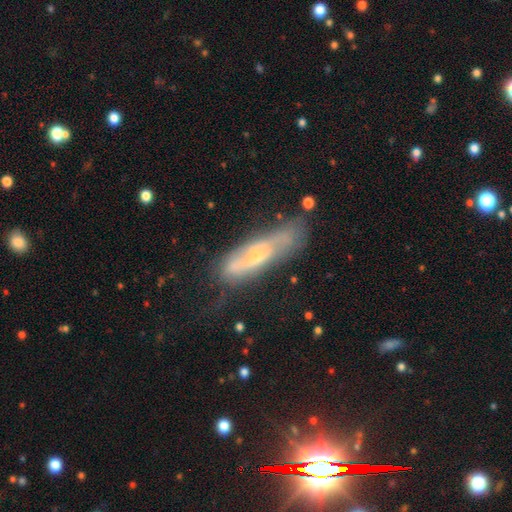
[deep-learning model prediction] smooth_or_featured: featured or disk (p=0.58) [alt: smooth p=0.33]
disk_edge_on: no (p=0.58) [alt: yes p=0.42]
merging: none (p=0.51) [alt: minor disturbance p=0.28]